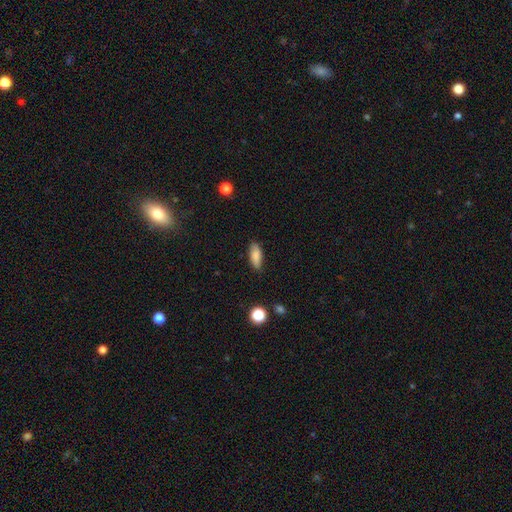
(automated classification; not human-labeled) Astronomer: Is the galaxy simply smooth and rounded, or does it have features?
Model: smooth — 84%.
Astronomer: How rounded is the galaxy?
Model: in between — 76%.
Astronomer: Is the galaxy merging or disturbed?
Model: none — 82%.